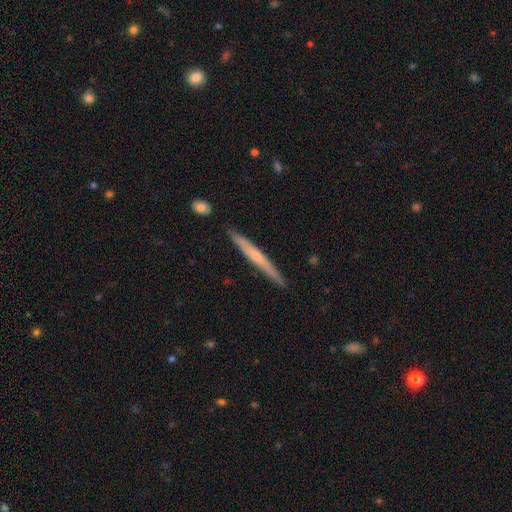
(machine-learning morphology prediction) Overall: featured or disk (55%; smooth 39%). Edge-on disk: yes (96%). Edge-on bulge: none (52%; rounded 44%). Merging: none (89%).